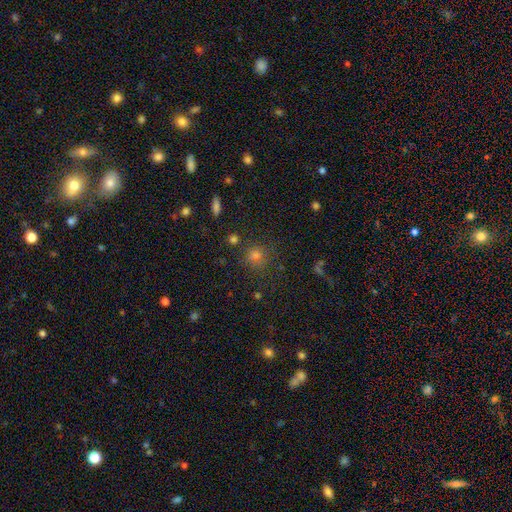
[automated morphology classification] Q: Smooth or featured?
A: smooth (66%); runner-up: star or artifact (27%)
Q: How rounded?
A: round (91%); runner-up: in between (8%)
Q: Merging?
A: none (82%); runner-up: minor disturbance (10%)